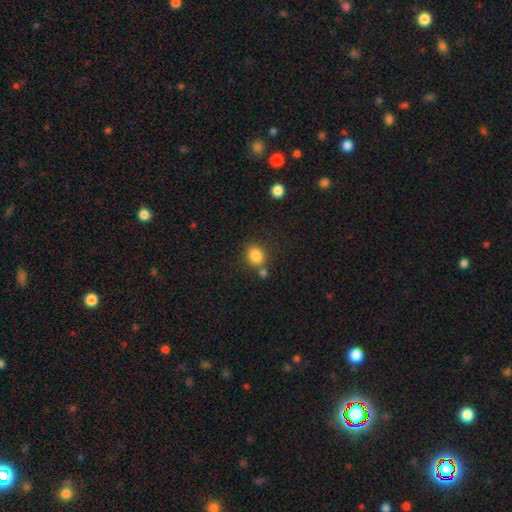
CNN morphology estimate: A smooth galaxy with no disk features (84%) that is round (66%). Merging: none (67%).